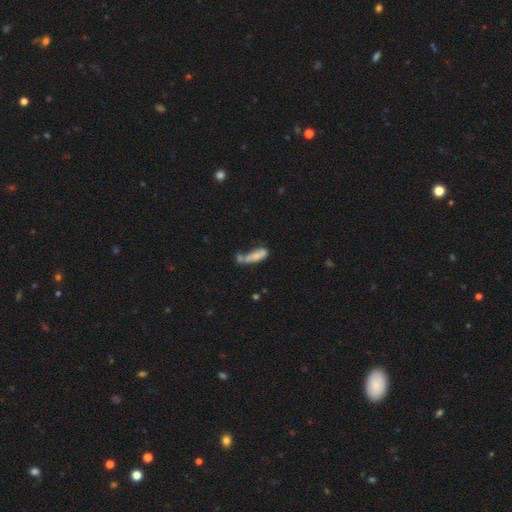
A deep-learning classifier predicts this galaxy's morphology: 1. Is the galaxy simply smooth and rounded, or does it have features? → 73% smooth, 18% featured or disk, 9% star or artifact.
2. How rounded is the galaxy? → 50% cigar-shaped, 48% in between, 2% round.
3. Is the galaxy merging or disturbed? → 40% merger, 27% none, 20% minor disturbance, 13% major disturbance.